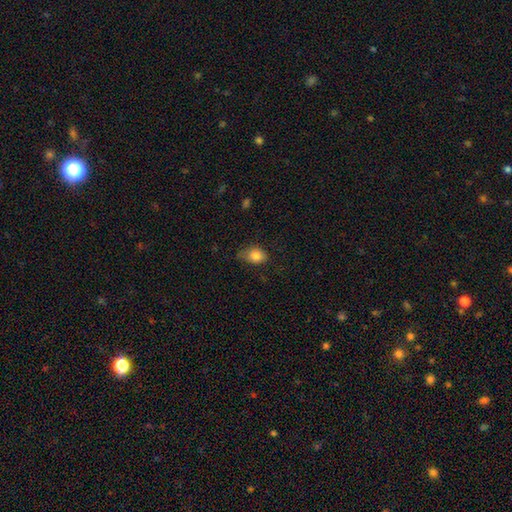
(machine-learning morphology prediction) smooth 84%, star or artifact 9%, featured or disk 7%. Down the decision tree: how rounded — in between (70%); merging — none (56%).